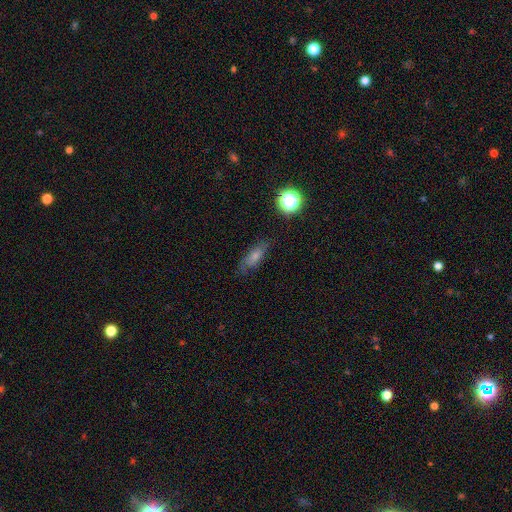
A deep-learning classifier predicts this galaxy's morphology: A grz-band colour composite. It shows a smooth galaxy with no disk features (53%) that is in between round and cigar-shaped (58%). Merging: none (73%).